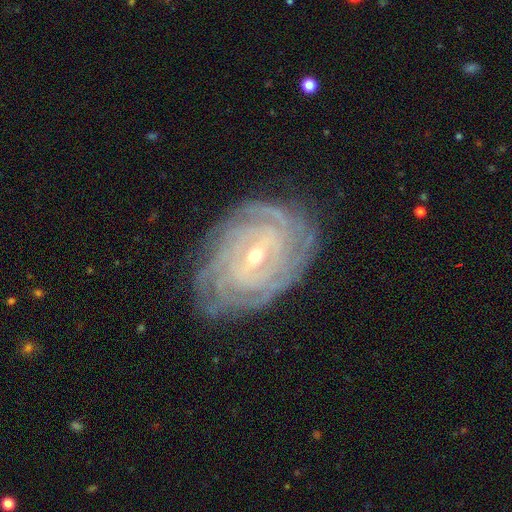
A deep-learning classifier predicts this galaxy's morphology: Smooth or featured? featured or disk (90%)
Edge-on disk? no (97%)
Bar? weak (49%)
Spiral arms? yes (98%)
Spiral winding? tight (86%)
Spiral arm count? 4 (27%)
Bulge size? small (64%)
Merging? none (82%)